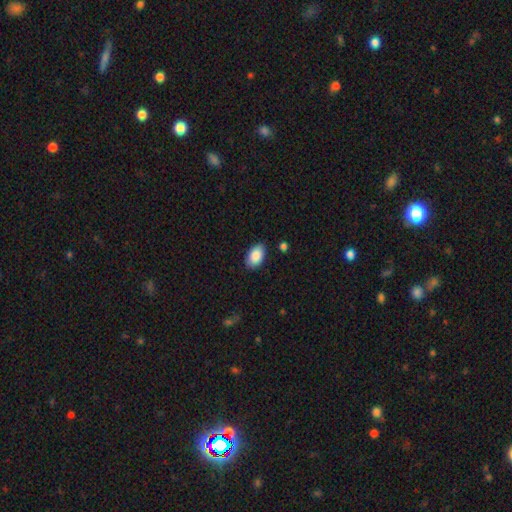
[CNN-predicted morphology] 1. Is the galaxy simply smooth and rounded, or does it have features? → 88% smooth, 6% star or artifact, 5% featured or disk.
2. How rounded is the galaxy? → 93% in between, 6% round, 1% cigar-shaped.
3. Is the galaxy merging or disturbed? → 84% none, 12% minor disturbance, 2% major disturbance, 2% merger.